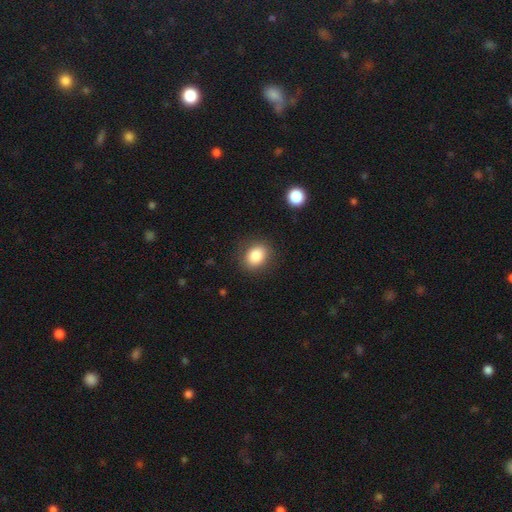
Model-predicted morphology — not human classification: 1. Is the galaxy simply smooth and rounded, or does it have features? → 85% smooth, 9% star or artifact, 6% featured or disk.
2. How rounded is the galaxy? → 55% in between, 44% round, 1% cigar-shaped.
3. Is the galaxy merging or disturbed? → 86% none, 10% minor disturbance, 3% major disturbance, 1% merger.